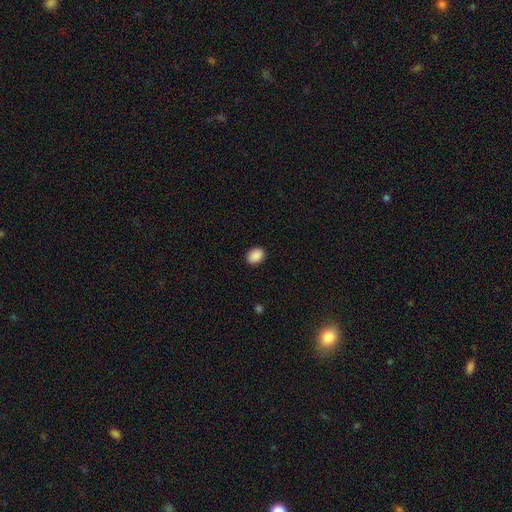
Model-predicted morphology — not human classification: This is clearly a smooth galaxy (90%). How rounded: likely in between (62%). Merging: clearly none (90%).